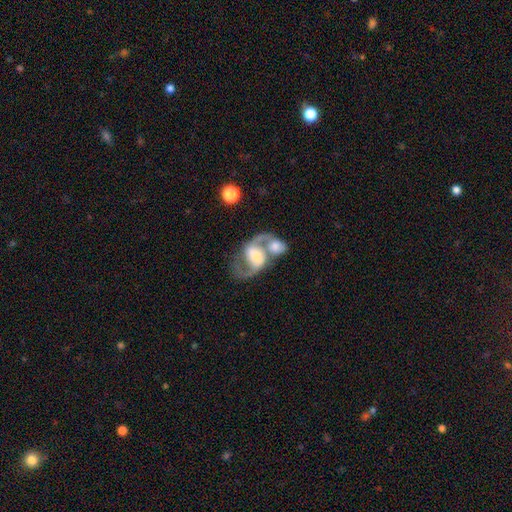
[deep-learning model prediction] This is clearly a featured or disk galaxy (83%). It is clearly not viewed edge-on (97%). Bar: marginally weak (40%). Spiral arm pattern: clearly yes (93%). Spiral arm count: clearly 2 (90%). Spiral winding: possibly medium (47%). Central bulge: possibly moderate (47%). Merging: possibly merger (54%).